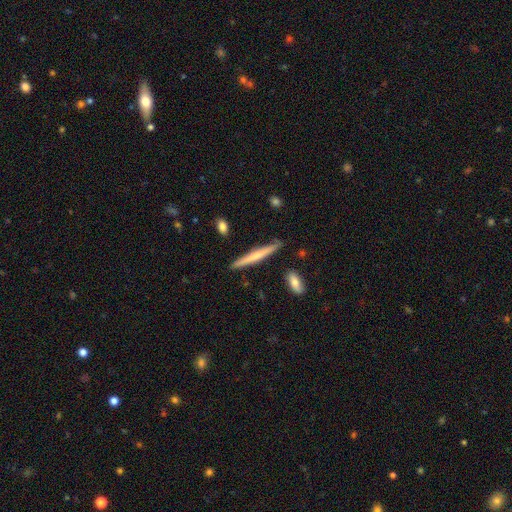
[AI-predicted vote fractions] smooth 50%, featured or disk 44%, star or artifact 6%. Down the decision tree: how rounded — cigar-shaped (96%); merging — none (87%).